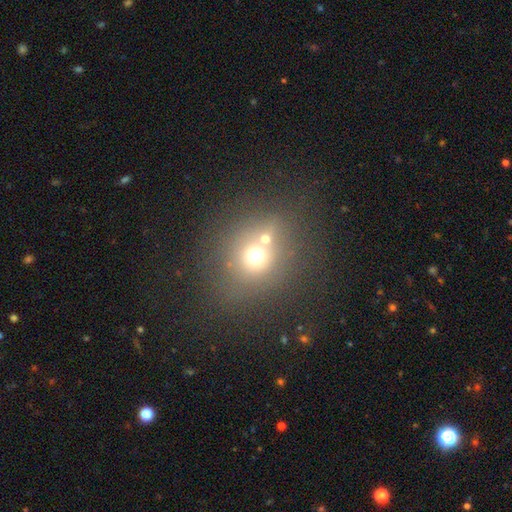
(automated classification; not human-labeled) smooth_or_featured: smooth (p=0.63) [alt: star or artifact p=0.21]
how_rounded: round (p=0.79) [alt: in between p=0.19]
merging: none (p=0.50) [alt: merger p=0.35]